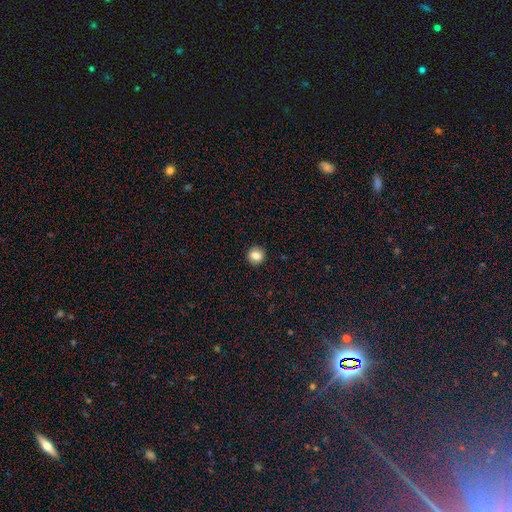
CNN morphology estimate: smooth_or_featured: smooth (p=0.82) [alt: star or artifact p=0.10]
how_rounded: round (p=0.88) [alt: in between p=0.11]
merging: none (p=0.91) [alt: minor disturbance p=0.06]